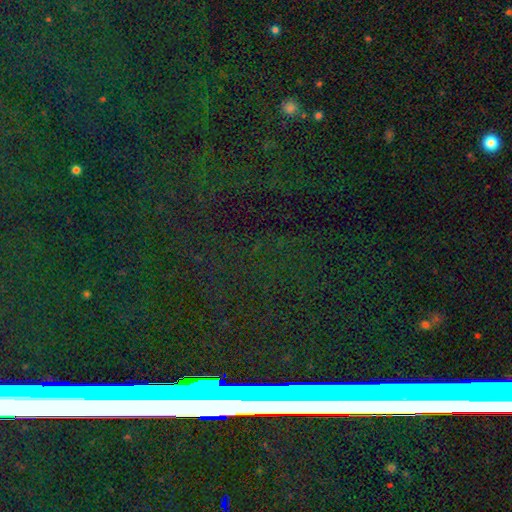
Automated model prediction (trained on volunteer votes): A star or artifact, not a galaxy (81%).